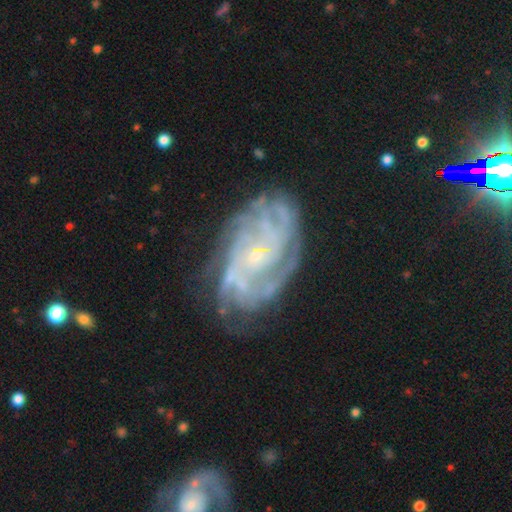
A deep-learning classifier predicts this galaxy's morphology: Smooth or featured? featured or disk (87%)
Edge-on disk? no (96%)
Bar? no (74%)
Spiral arms? yes (96%)
Spiral winding? tight (68%)
Spiral arm count? can't tell (32%)
Bulge size? small (85%)
Merging? none (71%)